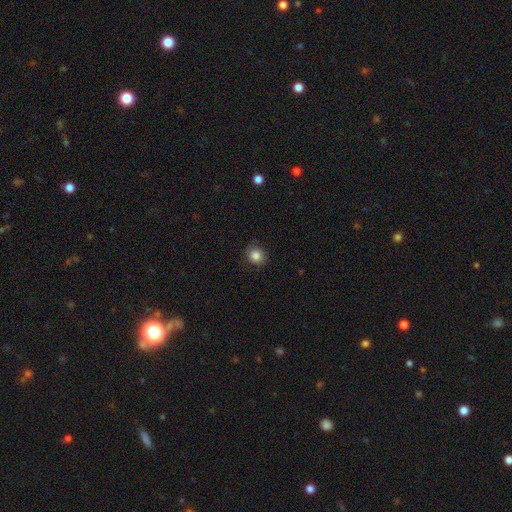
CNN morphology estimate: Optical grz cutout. It shows a smooth galaxy with no disk features (85%) that is round (84%). Merging: none (84%).